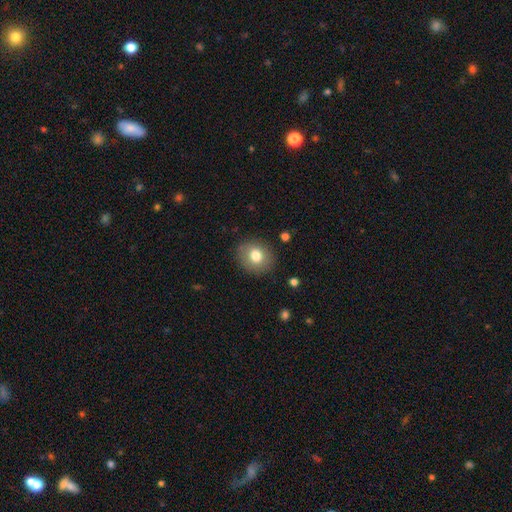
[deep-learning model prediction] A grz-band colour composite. It shows a smooth galaxy with no disk features (78%) that is round (69%). Merging: none (87%).